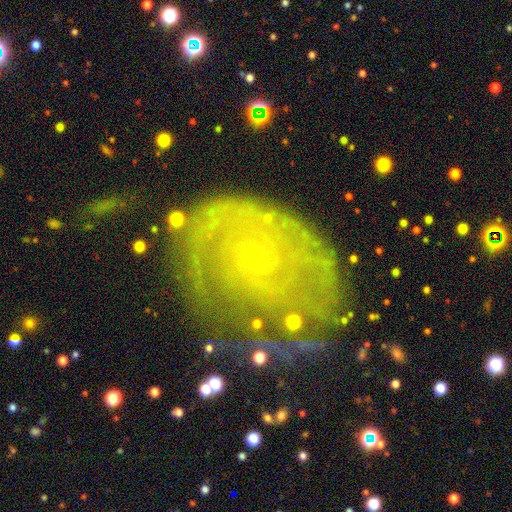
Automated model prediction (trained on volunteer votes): A featured or disk galaxy (67%) with no bar (83%), spiral arms (76%) and a small central bulge (86%). Merging: none (60%).